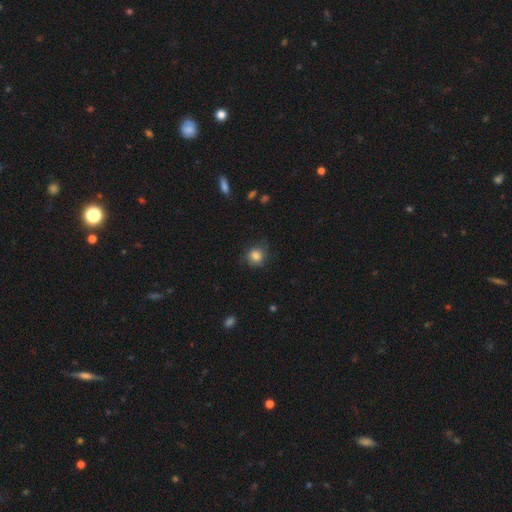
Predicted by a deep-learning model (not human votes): This appears to be a smooth galaxy with no disk features (80%) that is round (85%). Merging: none (75%).